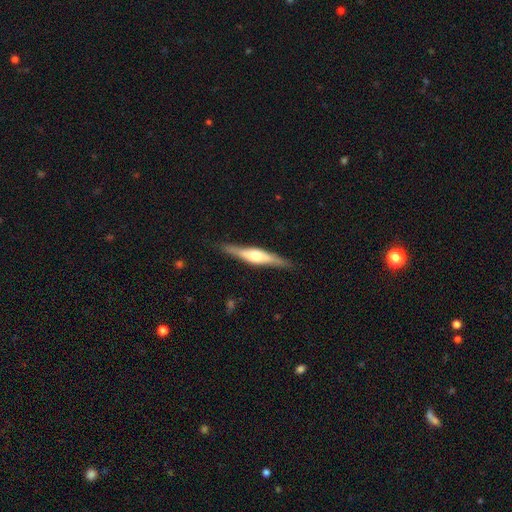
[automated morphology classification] smooth-or-featured: featured or disk: 69% | smooth: 26% | star or artifact: 5%
  disk-edge-on: yes: 96% | no: 4%
    edge-on-bulge: rounded: 86% | boxy: 10% | none: 4%
  merging: none: 87% | minor disturbance: 10% | major disturbance: 2% | merger: 1%